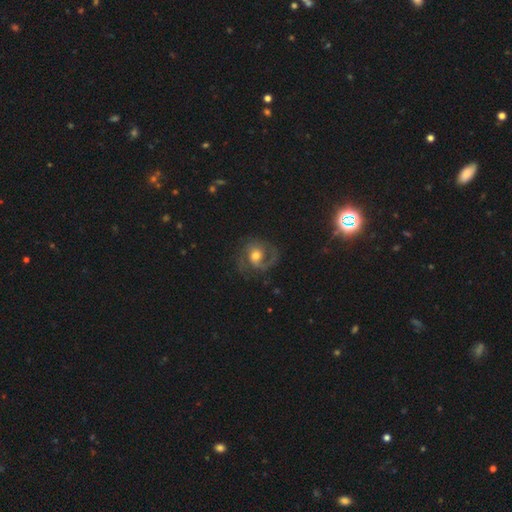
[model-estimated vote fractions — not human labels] smooth_or_featured: featured or disk (p=0.70) [alt: smooth p=0.22]
disk_edge_on: no (p=0.98) [alt: yes p=0.02]
bar: no (p=0.61) [alt: weak p=0.31]
has_spiral_arms: yes (p=0.87) [alt: no p=0.13]
spiral_winding: medium (p=0.49) [alt: tight p=0.26]
spiral_arm_count: 2 (p=0.56) [alt: 1 p=0.25]
bulge_size: moderate (p=0.66) [alt: small p=0.18]
merging: none (p=0.59) [alt: major disturbance p=0.21]